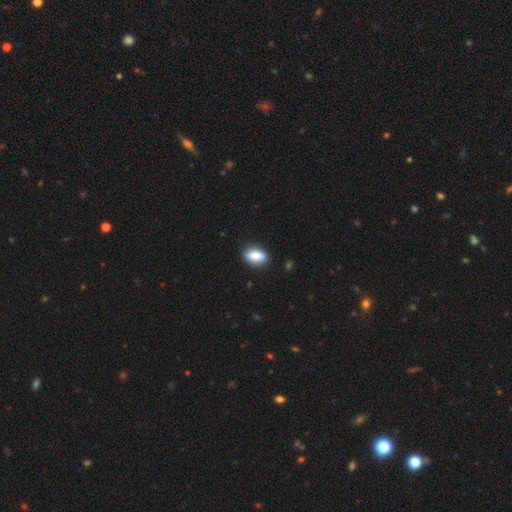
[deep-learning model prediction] Smooth or featured?
  - smooth: 73% *
  - featured or disk: 20%
  - star or artifact: 7%
How rounded?
  - in between: 82% *
  - round: 9%
  - cigar-shaped: 9%
Merging?
  - none: 84% *
  - minor disturbance: 11%
  - major disturbance: 2%
  - merger: 2%